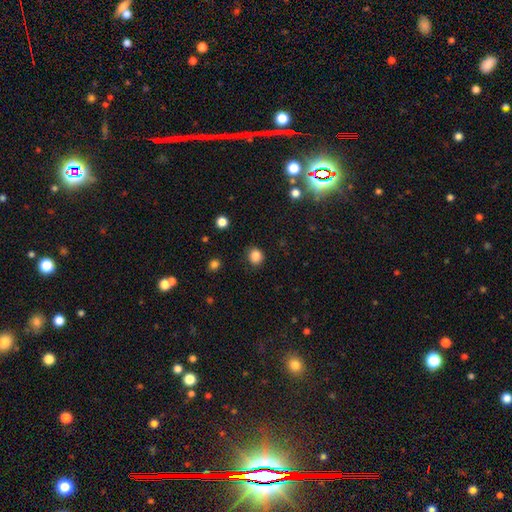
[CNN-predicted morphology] Overall: smooth (85%). How rounded: round (75%). Merging: none (86%).